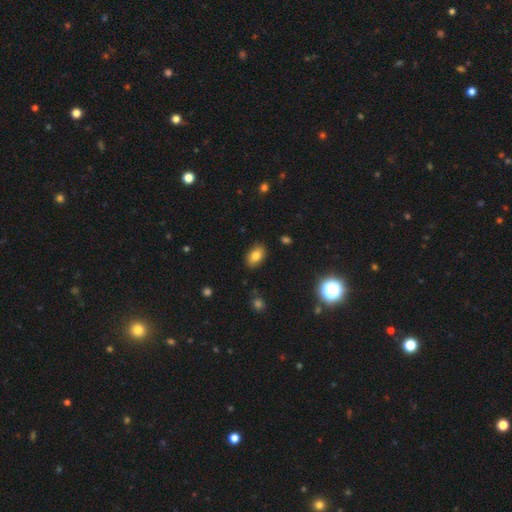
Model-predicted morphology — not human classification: smooth-or-featured: smooth: 79% | star or artifact: 10% | featured or disk: 10%
  how-rounded: in between: 89% | round: 9% | cigar-shaped: 2%
  merging: none: 86% | minor disturbance: 10% | major disturbance: 2% | merger: 1%